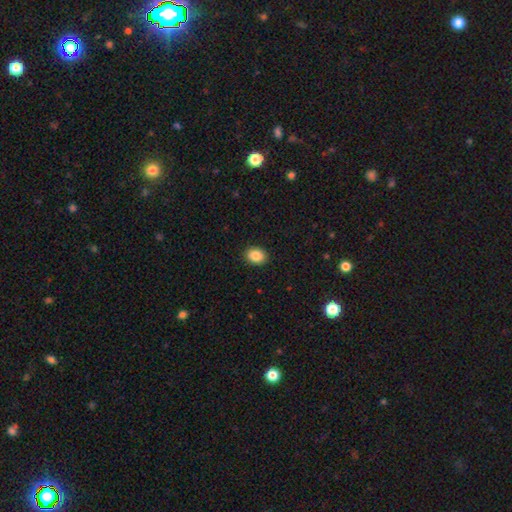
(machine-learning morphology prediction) Smooth or featured? Predicted: smooth (p=0.87). How rounded? Predicted: in between (p=0.63). Merging? Predicted: none (p=0.91).